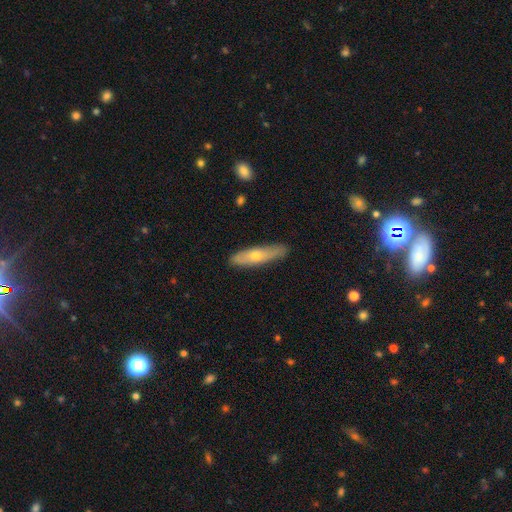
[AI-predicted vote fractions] Smooth or featured? smooth (53%)
How rounded? cigar-shaped (75%)
Merging? none (83%)